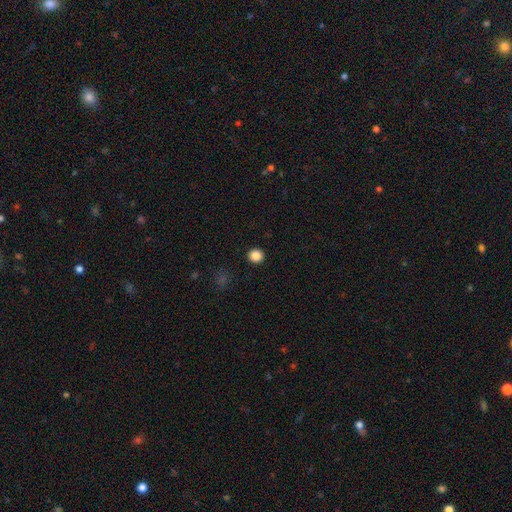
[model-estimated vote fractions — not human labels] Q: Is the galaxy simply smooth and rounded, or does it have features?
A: smooth — 86%.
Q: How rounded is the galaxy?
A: round — 94%.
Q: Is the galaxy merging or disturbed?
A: none — 93%.